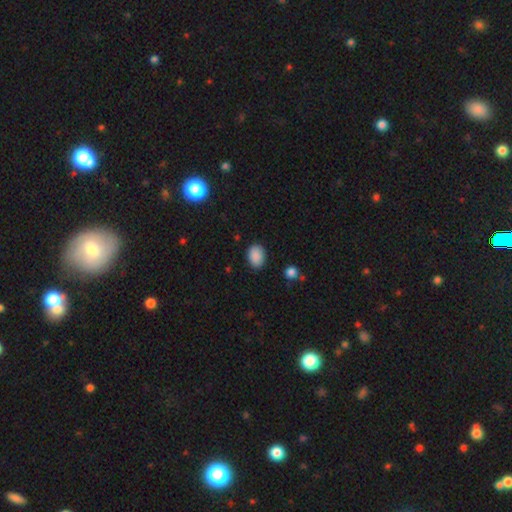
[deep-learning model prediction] This appears to be a smooth galaxy with no disk features (89%) that is in between round and cigar-shaped (76%). Merging: none (85%).